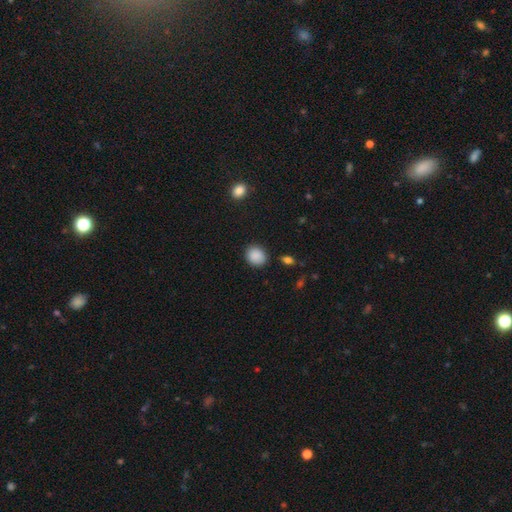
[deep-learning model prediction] A smooth galaxy with no disk features (89%) that is round (72%). Merging: none (86%).